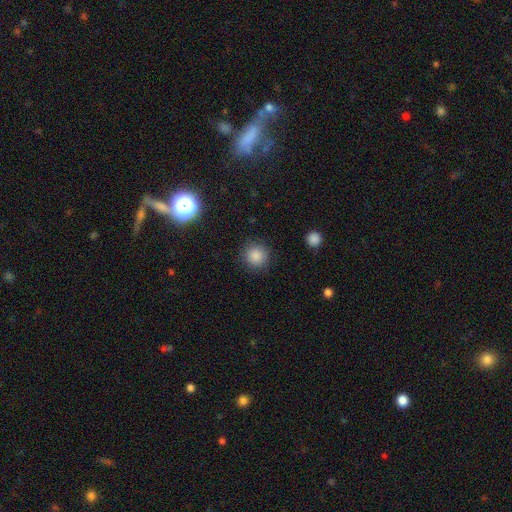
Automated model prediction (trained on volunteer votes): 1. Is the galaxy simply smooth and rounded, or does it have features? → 85% smooth, 11% star or artifact, 4% featured or disk.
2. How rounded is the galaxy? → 94% round, 5% in between, 1% cigar-shaped.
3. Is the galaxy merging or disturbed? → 89% none, 7% minor disturbance, 3% major disturbance, 1% merger.